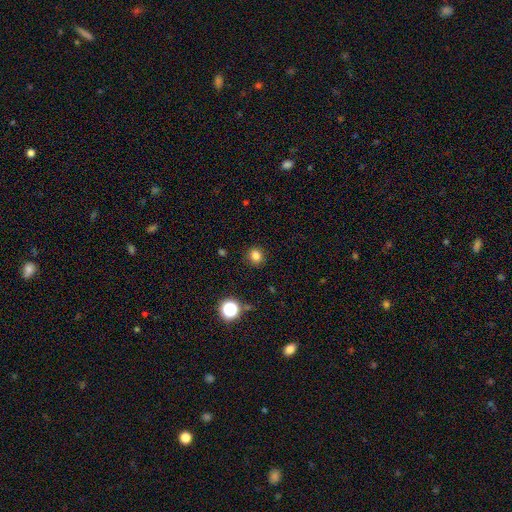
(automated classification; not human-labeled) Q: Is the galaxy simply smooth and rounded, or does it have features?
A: smooth — 81%.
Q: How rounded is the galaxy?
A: round — 85%.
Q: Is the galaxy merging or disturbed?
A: none — 90%.